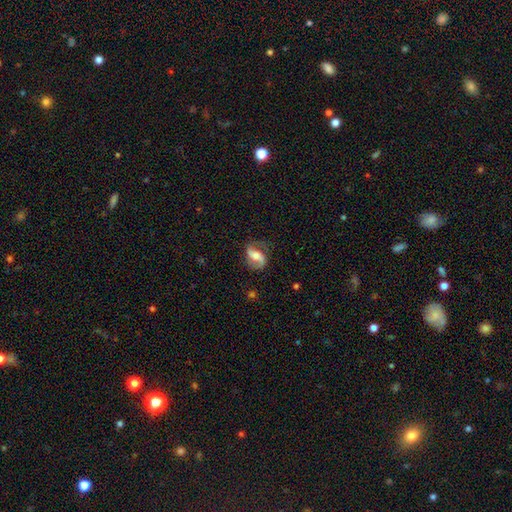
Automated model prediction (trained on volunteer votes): featured or disk 77%, smooth 17%, star or artifact 6%. Down the decision tree: edge-on disk — no (96%); bar — weak (36%); spiral arms — yes (93%); spiral arm count — 2 (88%); spiral winding — loose (52%); bulge size — moderate (61%); merging — none (72%).